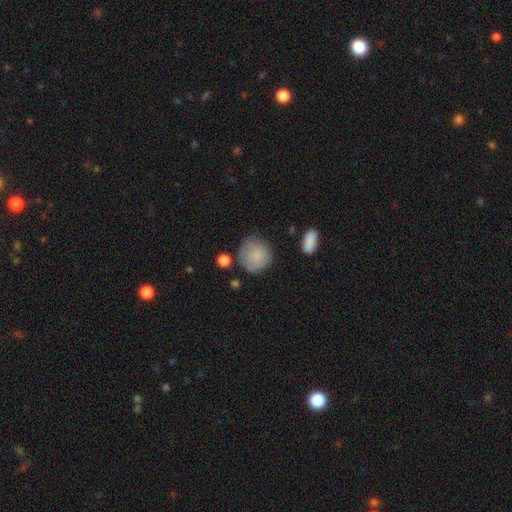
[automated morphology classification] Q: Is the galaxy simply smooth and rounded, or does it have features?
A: smooth — 83%.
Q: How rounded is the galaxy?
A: round — 87%.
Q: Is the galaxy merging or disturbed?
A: none — 63%.